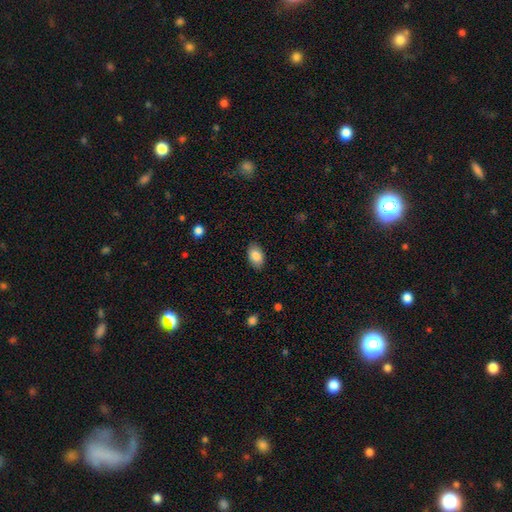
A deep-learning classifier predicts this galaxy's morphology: Smooth or featured? Predicted: smooth (p=0.87). How rounded? Predicted: in between (p=0.91). Merging? Predicted: none (p=0.87).